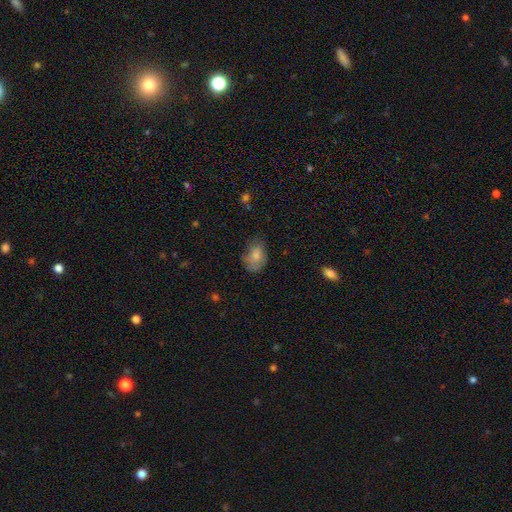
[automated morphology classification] smooth-or-featured: smooth: 78% | featured or disk: 14% | star or artifact: 9%
  how-rounded: in between: 78% | round: 21% | cigar-shaped: 1%
  merging: none: 54% | minor disturbance: 32% | major disturbance: 13% | merger: 2%